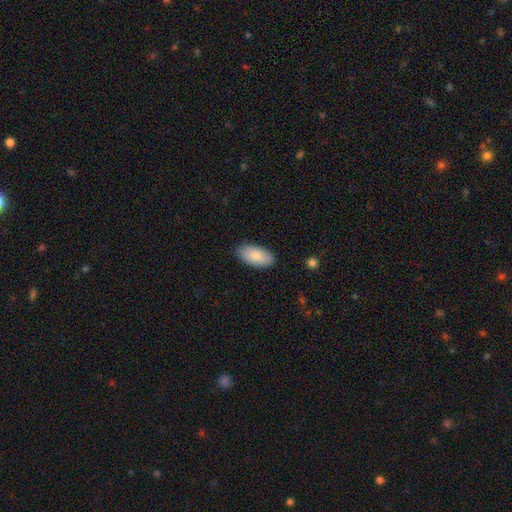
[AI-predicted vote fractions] Smooth or featured?
  - smooth: 84% *
  - featured or disk: 10%
  - star or artifact: 6%
How rounded?
  - in between: 95% *
  - cigar-shaped: 3%
  - round: 2%
Merging?
  - none: 86% *
  - minor disturbance: 11%
  - major disturbance: 2%
  - merger: 1%